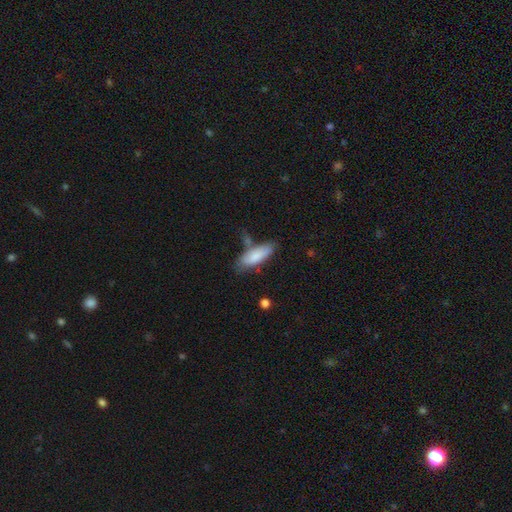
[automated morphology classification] smooth_or_featured: smooth (p=0.81) [alt: featured or disk p=0.13]
how_rounded: in between (p=0.61) [alt: cigar-shaped p=0.37]
merging: none (p=0.61) [alt: minor disturbance p=0.23]